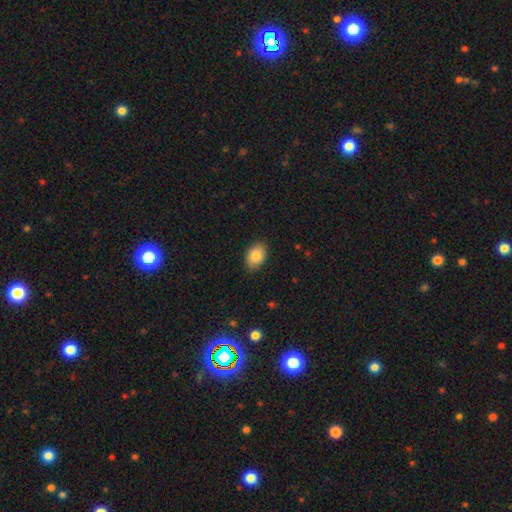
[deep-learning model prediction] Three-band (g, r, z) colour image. It shows a smooth galaxy with no disk features (85%) that is in between round and cigar-shaped (85%). Merging: none (87%).